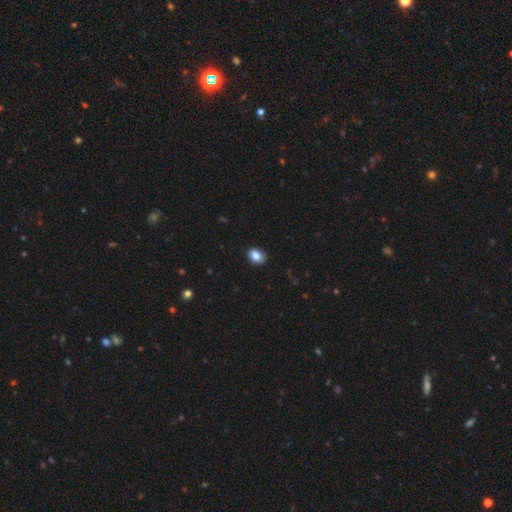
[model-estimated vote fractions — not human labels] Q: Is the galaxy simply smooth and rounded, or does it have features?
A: smooth — 86%.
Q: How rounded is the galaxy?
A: in between — 70%.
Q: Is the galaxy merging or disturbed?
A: none — 87%.